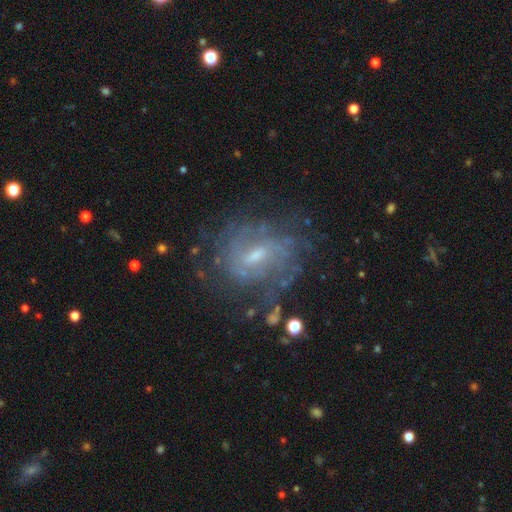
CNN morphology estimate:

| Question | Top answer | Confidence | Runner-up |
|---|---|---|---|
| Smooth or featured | featured or disk | 76% | smooth (14%) |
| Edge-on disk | no | 96% | yes (4%) |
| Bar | weak | 58% | no (23%) |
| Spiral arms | yes | 78% | no (22%) |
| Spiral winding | tight | 52% | medium (34%) |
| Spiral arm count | can't tell | 56% | 2 (19%) |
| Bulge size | small | 50% | moderate (39%) |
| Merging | none | 64% | minor disturbance (19%) |